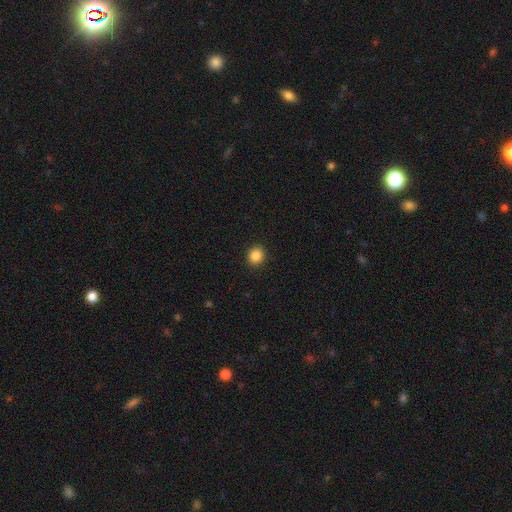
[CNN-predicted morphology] smooth_or_featured: smooth (p=0.86) [alt: star or artifact p=0.10]
how_rounded: round (p=0.86) [alt: in between p=0.13]
merging: none (p=0.93) [alt: minor disturbance p=0.05]